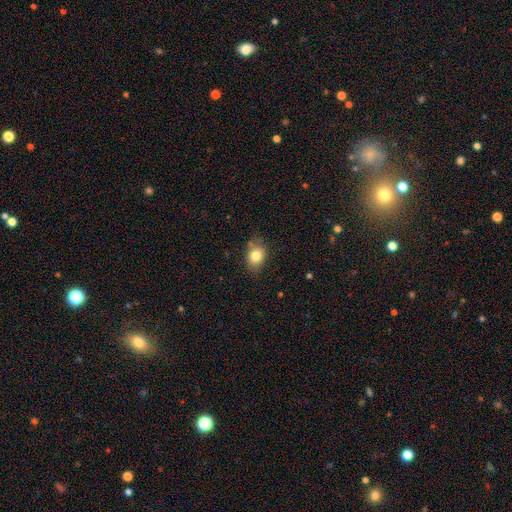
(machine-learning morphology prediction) A smooth galaxy with no disk features (81%) that is in between round and cigar-shaped (68%).

Vote fractions:
- Smooth or featured? smooth: 81% / featured or disk: 10% / star or artifact: 9%
- How rounded? in between: 68% / round: 30% / cigar-shaped: 1%
- Merging? none: 73% / minor disturbance: 20% / major disturbance: 4% / merger: 2%